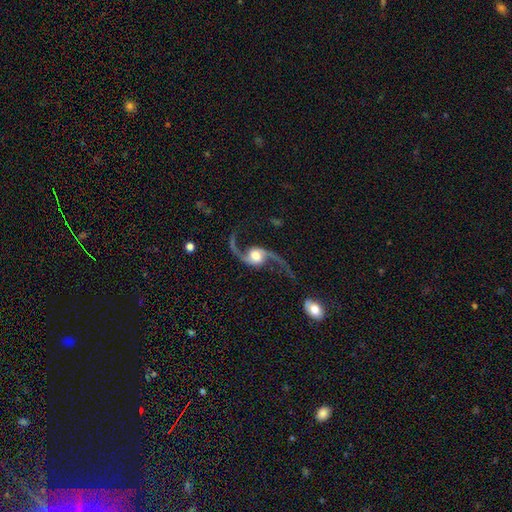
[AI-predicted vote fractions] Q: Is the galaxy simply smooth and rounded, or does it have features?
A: featured or disk — 92%.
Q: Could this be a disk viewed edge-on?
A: no — 97%.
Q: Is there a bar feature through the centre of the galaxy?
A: no — 55%.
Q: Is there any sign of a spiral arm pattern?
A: yes — 98%.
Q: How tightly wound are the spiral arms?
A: loose — 89%.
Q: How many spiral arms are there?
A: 2 — 95%.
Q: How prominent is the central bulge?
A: moderate — 40%.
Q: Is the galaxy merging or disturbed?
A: none — 74%.